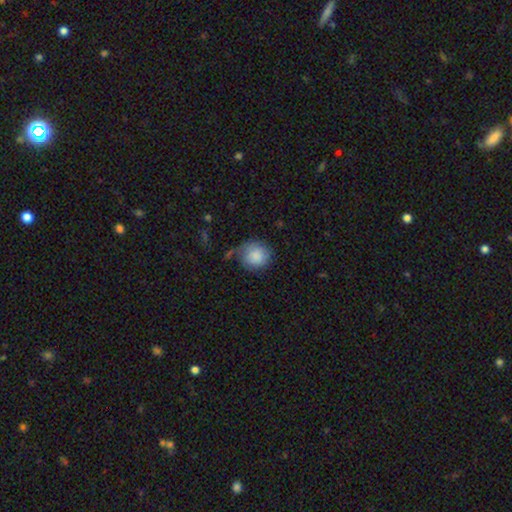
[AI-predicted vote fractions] smooth 83%, featured or disk 10%, star or artifact 7%. Down the decision tree: how rounded — round (85%); merging — none (55%).